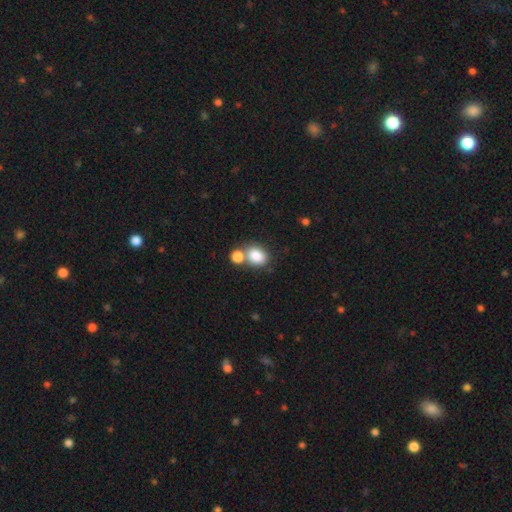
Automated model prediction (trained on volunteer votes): Overall: smooth (84%). How rounded: in between (57%; round 42%). Merging: none (49%; merger 37%).